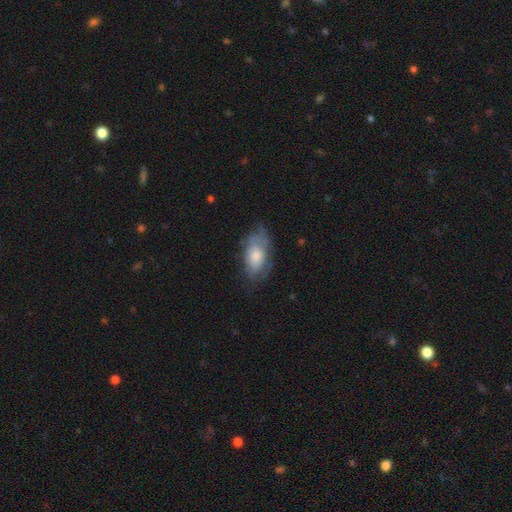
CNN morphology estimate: Smooth or featured?
  - smooth: 58% *
  - featured or disk: 35%
  - star or artifact: 7%
How rounded?
  - in between: 91% *
  - round: 5%
  - cigar-shaped: 4%
Merging?
  - none: 51% *
  - minor disturbance: 31%
  - major disturbance: 16%
  - merger: 2%